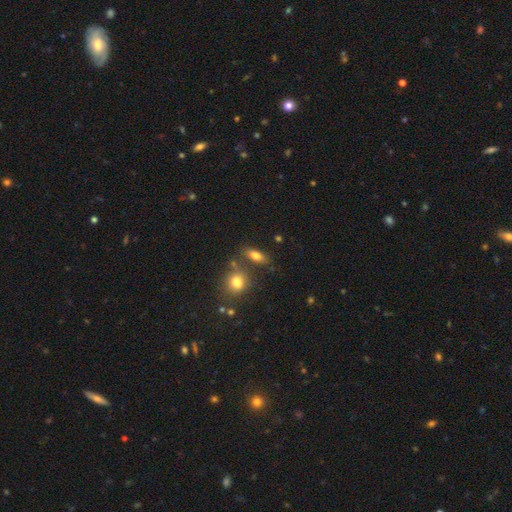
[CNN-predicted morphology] smooth-or-featured: smooth: 73% | featured or disk: 16% | star or artifact: 11%
  how-rounded: in between: 70% | cigar-shaped: 21% | round: 8%
  merging: none: 71% | minor disturbance: 13% | merger: 11% | major disturbance: 5%